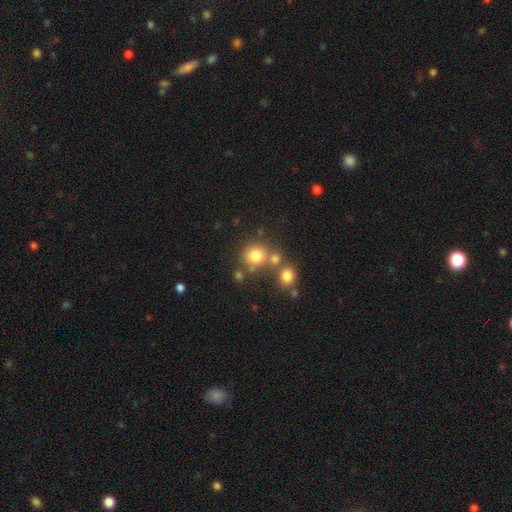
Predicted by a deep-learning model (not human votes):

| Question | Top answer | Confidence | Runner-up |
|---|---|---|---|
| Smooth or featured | smooth | 76% | star or artifact (14%) |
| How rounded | round | 85% | in between (14%) |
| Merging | none | 57% | merger (28%) |